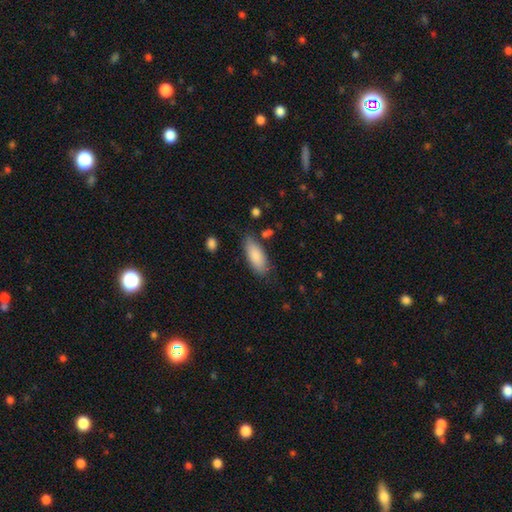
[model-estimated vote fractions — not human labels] Q: Smooth or featured?
A: smooth (87%); runner-up: featured or disk (8%)
Q: How rounded?
A: in between (76%); runner-up: cigar-shaped (22%)
Q: Merging?
A: none (77%); runner-up: minor disturbance (16%)